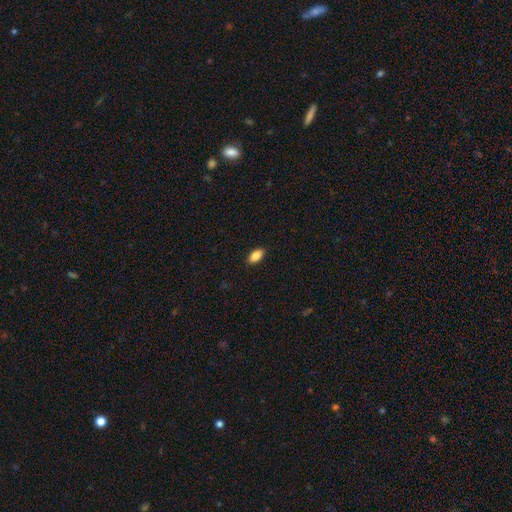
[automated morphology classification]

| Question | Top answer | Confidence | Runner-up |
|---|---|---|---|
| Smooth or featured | smooth | 86% | star or artifact (7%) |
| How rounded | in between | 91% | cigar-shaped (6%) |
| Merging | none | 89% | minor disturbance (8%) |